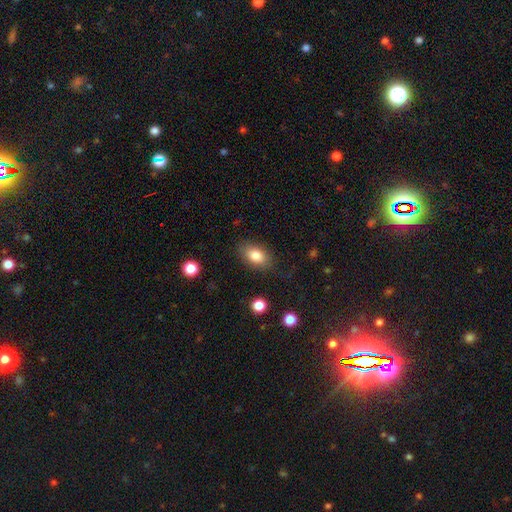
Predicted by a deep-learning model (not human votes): smooth-or-featured: smooth: 83% | featured or disk: 9% | star or artifact: 8%
  how-rounded: in between: 89% | round: 9% | cigar-shaped: 2%
  merging: none: 80% | minor disturbance: 13% | major disturbance: 5% | merger: 1%